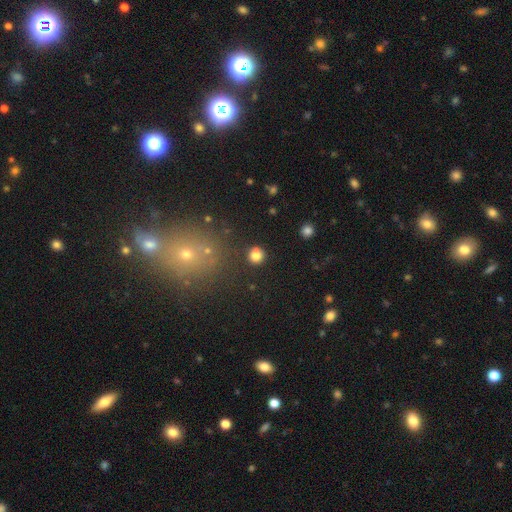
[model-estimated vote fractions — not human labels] Morphology: type=smooth (80%); roundness=round (92%); merging=none (82%).